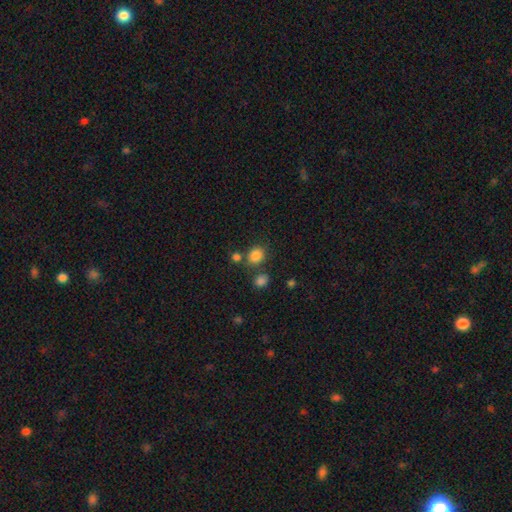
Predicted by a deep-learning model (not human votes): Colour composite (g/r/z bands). It shows a smooth galaxy with no disk features (83%) that is round (73%). Merging: none (70%).